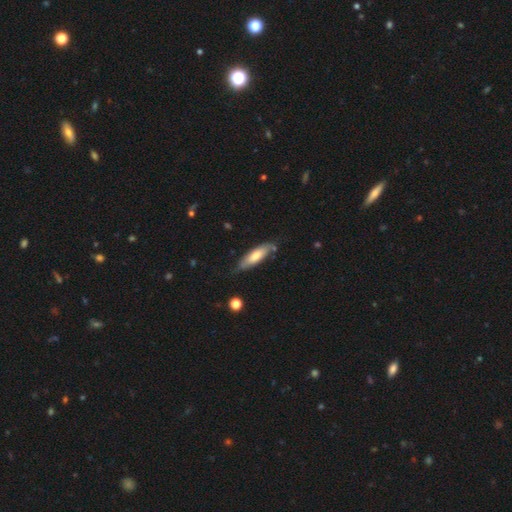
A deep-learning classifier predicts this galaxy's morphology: Q: Smooth or featured?
A: smooth (63%); runner-up: featured or disk (31%)
Q: How rounded?
A: cigar-shaped (52%); runner-up: in between (47%)
Q: Merging?
A: none (70%); runner-up: minor disturbance (23%)